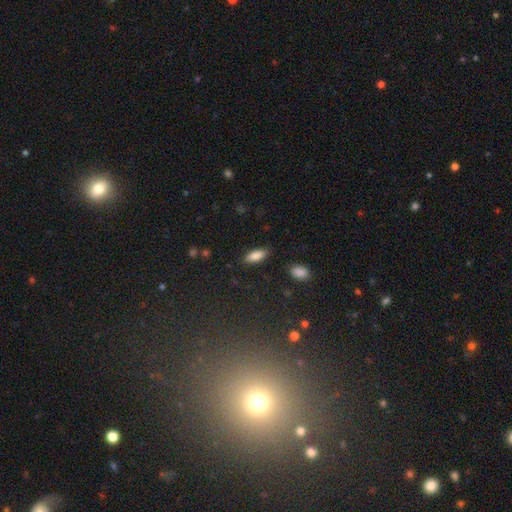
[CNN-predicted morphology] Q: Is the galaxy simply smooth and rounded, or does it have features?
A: smooth — 85%.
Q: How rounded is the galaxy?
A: in between — 80%.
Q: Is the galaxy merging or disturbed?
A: none — 84%.